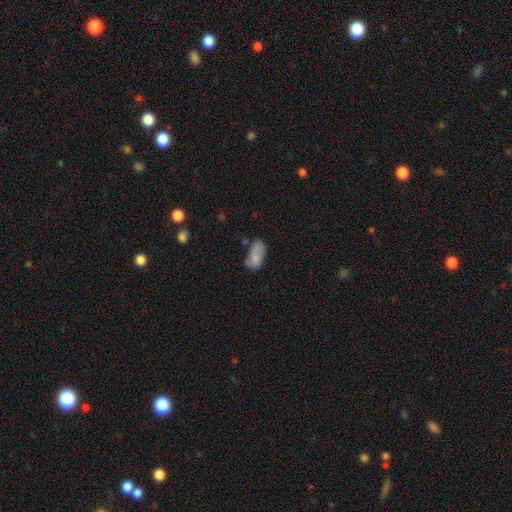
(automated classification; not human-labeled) This is clearly a smooth galaxy (80%). How rounded: clearly in between (92%). Merging: possibly none (47%).